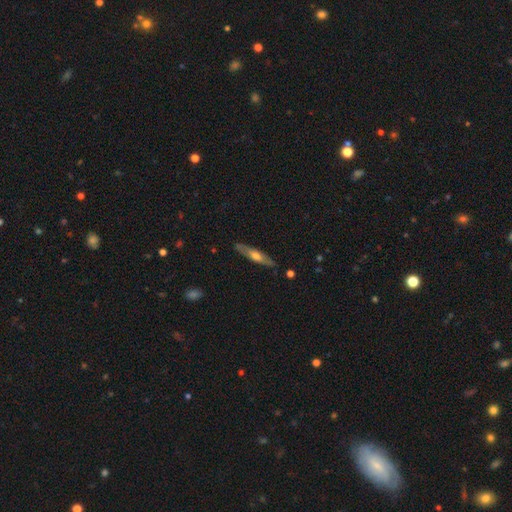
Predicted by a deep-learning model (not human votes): smooth-or-featured: featured or disk: 56% | smooth: 38% | star or artifact: 6%
  disk-edge-on: yes: 78% | no: 22%
  merging: none: 86% | minor disturbance: 11% | major disturbance: 2% | merger: 1%